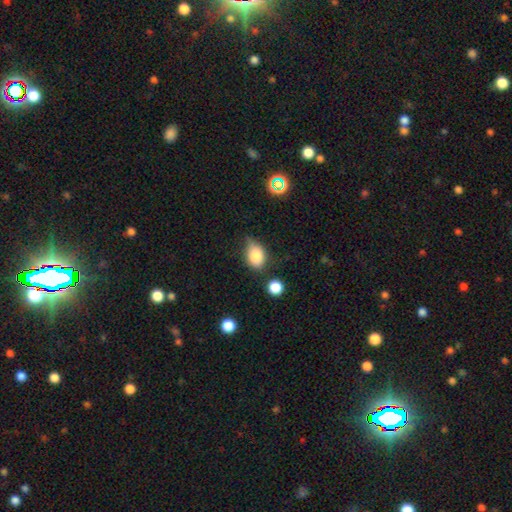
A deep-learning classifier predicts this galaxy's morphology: Smooth or featured?
  - smooth: 78% *
  - featured or disk: 12%
  - star or artifact: 10%
How rounded?
  - in between: 72% *
  - round: 26%
  - cigar-shaped: 2%
Merging?
  - none: 50% *
  - minor disturbance: 36%
  - major disturbance: 9%
  - merger: 5%